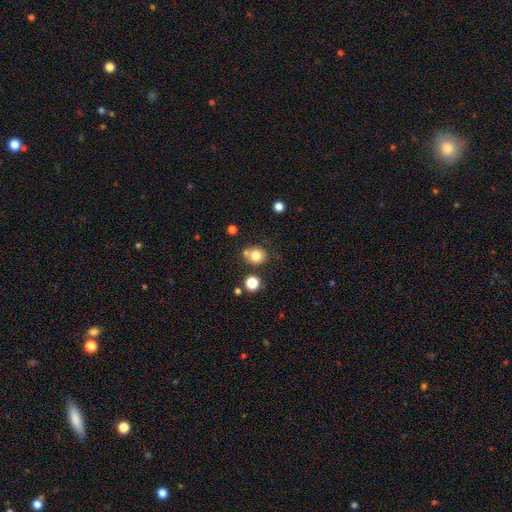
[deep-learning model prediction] Q: Smooth or featured?
A: smooth (80%); runner-up: star or artifact (12%)
Q: How rounded?
A: round (80%); runner-up: in between (19%)
Q: Merging?
A: none (66%); runner-up: merger (16%)